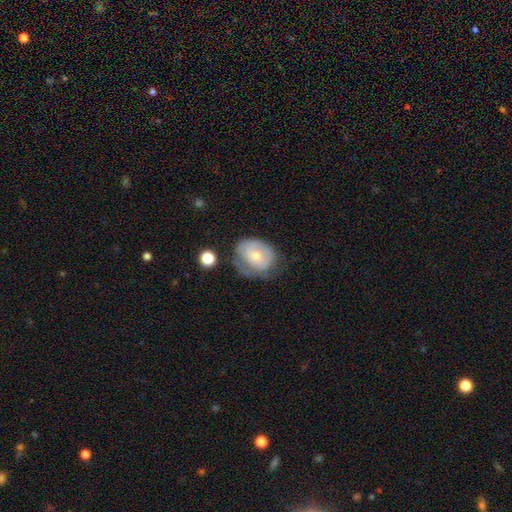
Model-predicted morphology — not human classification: This is possibly a featured or disk galaxy (47%). Merging: marginally none (41%).